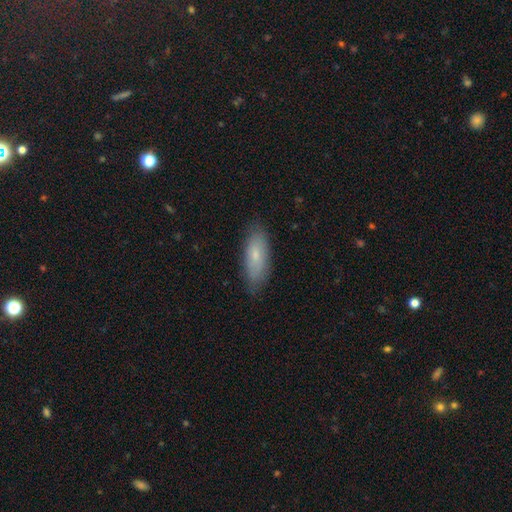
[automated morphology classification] Q: Smooth or featured?
A: smooth (73%); runner-up: featured or disk (20%)
Q: How rounded?
A: in between (65%); runner-up: cigar-shaped (33%)
Q: Merging?
A: none (82%); runner-up: minor disturbance (14%)